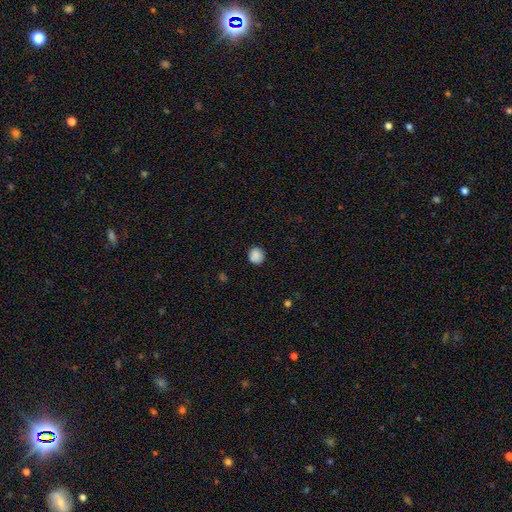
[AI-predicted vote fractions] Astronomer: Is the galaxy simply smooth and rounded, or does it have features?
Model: smooth — 87%.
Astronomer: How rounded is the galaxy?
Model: round — 88%.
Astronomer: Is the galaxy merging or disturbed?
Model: none — 86%.